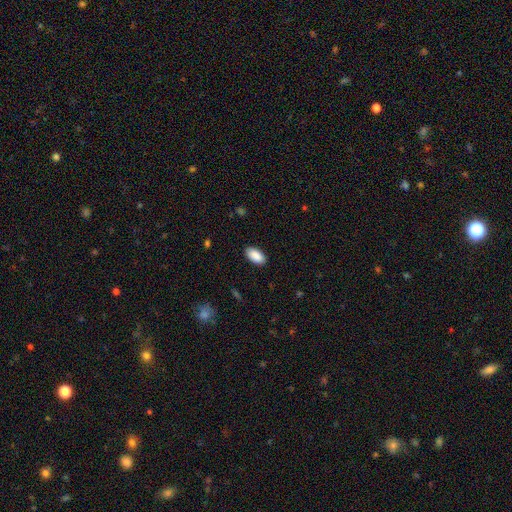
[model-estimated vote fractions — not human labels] Overall: smooth (90%). How rounded: in between (95%). Merging: none (88%).